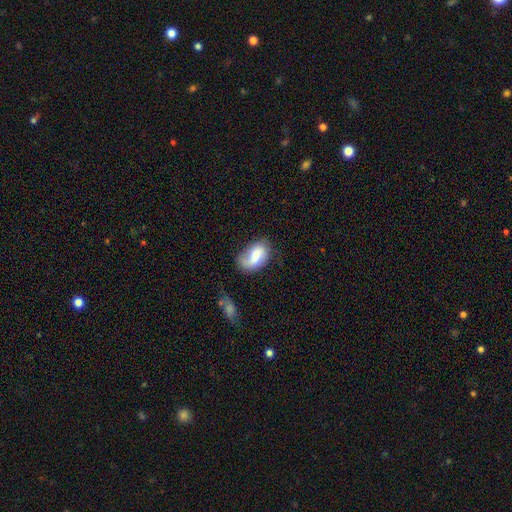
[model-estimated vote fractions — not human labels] This appears to be a smooth galaxy with no disk features (64%) that is in between round and cigar-shaped (88%). Merging: none (50%).